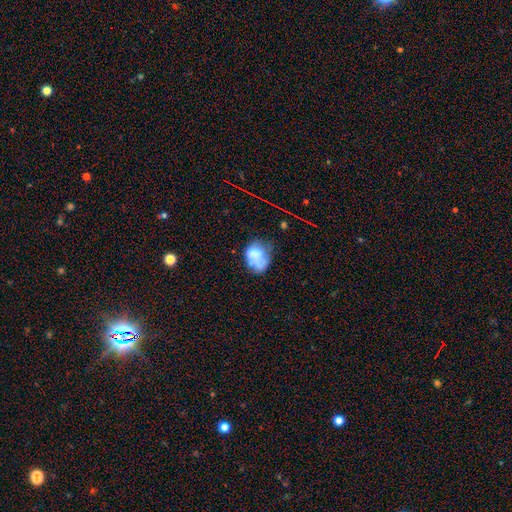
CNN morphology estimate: Overall: smooth (62%; featured or disk 26%). How rounded: in between (64%; round 35%). Merging: none (35%; minor disturbance 31%).